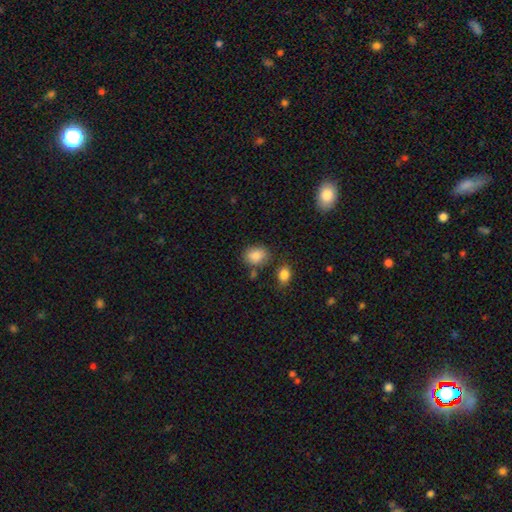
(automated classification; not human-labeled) Smooth or featured? smooth (86%)
How rounded? in between (58%)
Merging? none (74%)